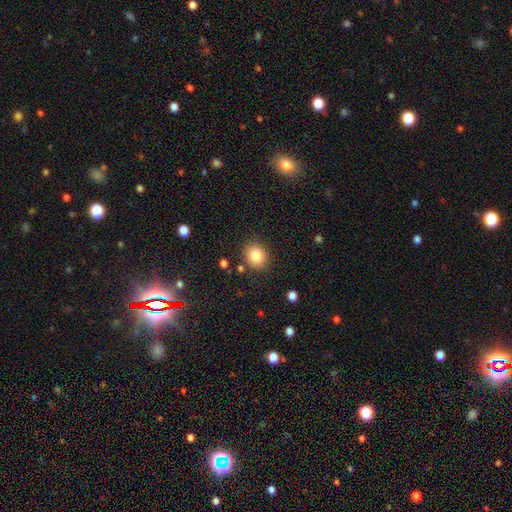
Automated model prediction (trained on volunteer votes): A smooth galaxy with no disk features (84%) that is round (70%). Merging: none (86%).